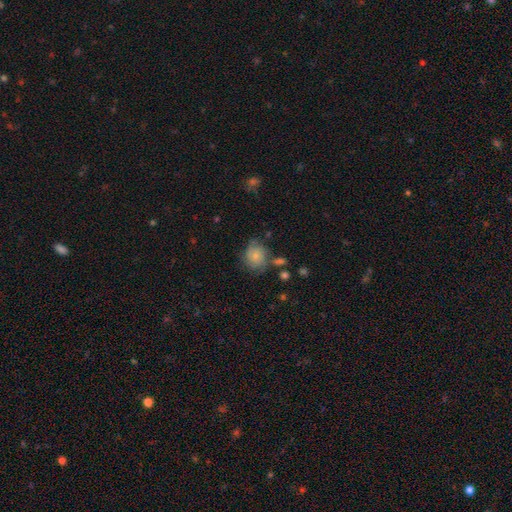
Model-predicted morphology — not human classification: This appears to be a smooth galaxy with no disk features (68%) that is round (66%). Merging: none (57%).